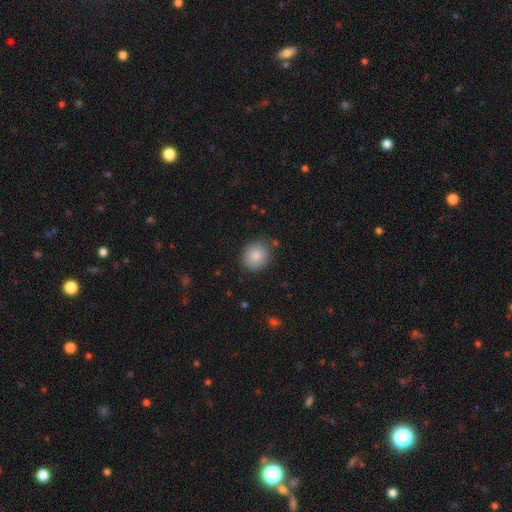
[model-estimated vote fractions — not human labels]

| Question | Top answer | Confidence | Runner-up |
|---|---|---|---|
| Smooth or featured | smooth | 86% | star or artifact (8%) |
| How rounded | round | 78% | in between (21%) |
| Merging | none | 83% | minor disturbance (12%) |